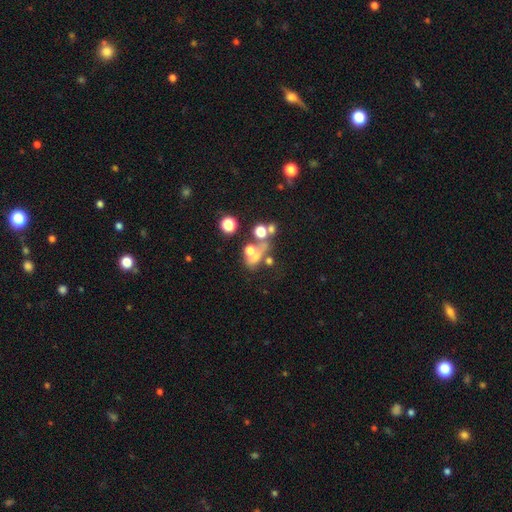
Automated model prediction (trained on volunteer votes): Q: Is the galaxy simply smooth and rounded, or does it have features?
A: smooth — 46%.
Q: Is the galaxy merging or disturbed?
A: merger — 44%.